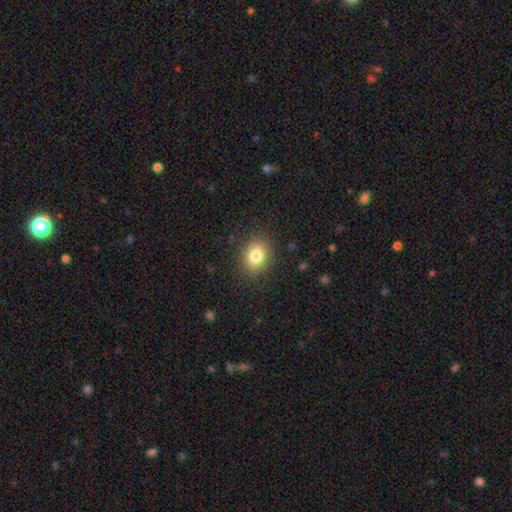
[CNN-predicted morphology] smooth 82%, star or artifact 10%, featured or disk 8%. Down the decision tree: how rounded — in between (53%); merging — none (87%).